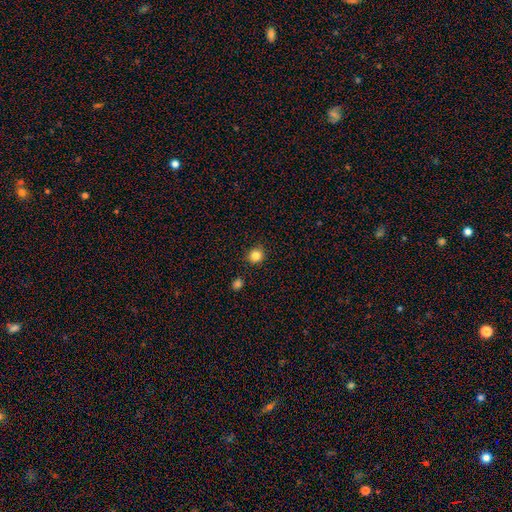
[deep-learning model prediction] Q: Smooth or featured?
A: smooth (84%); runner-up: star or artifact (11%)
Q: How rounded?
A: round (83%); runner-up: in between (16%)
Q: Merging?
A: none (87%); runner-up: minor disturbance (9%)